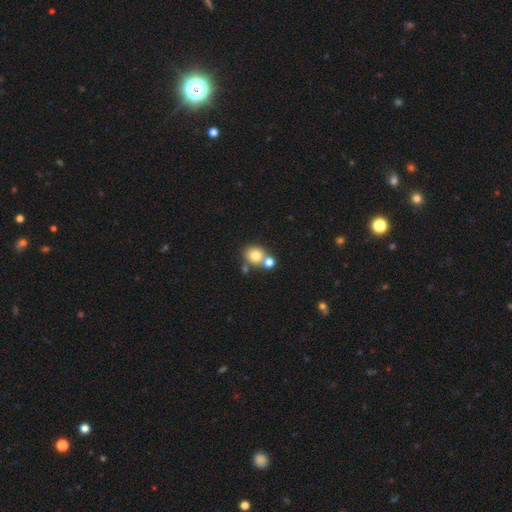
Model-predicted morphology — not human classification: Smooth or featured: smooth — 77% (star or artifact — 12%)
How rounded: round — 78% (in between — 21%)
Merging: none — 54% (merger — 34%)